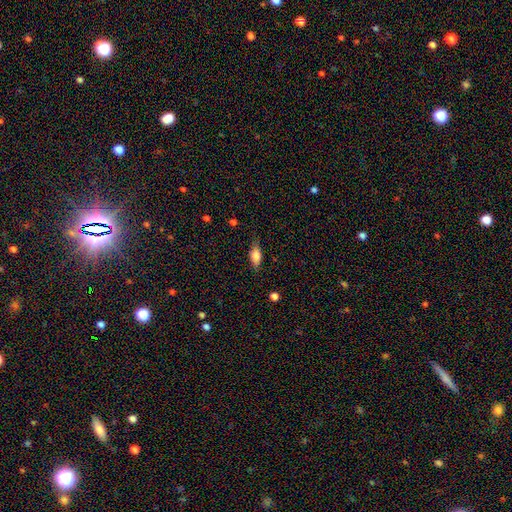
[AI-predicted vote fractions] A smooth galaxy with no disk features (75%) that is in between round and cigar-shaped (80%).

Vote fractions:
- Smooth or featured? smooth: 75% / featured or disk: 17% / star or artifact: 8%
- How rounded? in between: 80% / cigar-shaped: 15% / round: 5%
- Merging? none: 73% / minor disturbance: 20% / major disturbance: 5% / merger: 1%